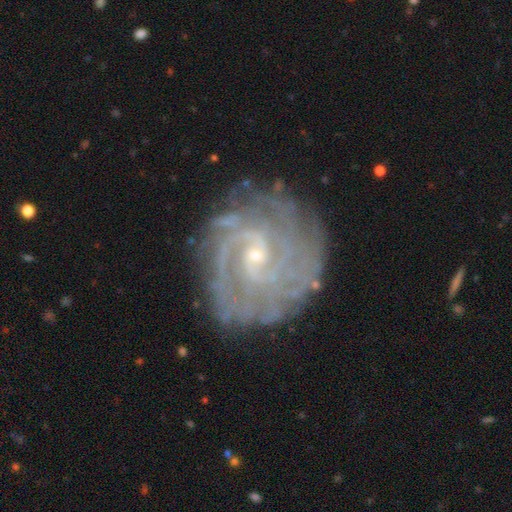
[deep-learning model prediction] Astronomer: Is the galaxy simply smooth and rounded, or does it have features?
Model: featured or disk — 88%.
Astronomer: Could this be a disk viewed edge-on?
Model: no — 98%.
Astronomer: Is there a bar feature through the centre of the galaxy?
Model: weak — 48% (runner-up: no, 40%).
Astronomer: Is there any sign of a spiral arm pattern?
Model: yes — 97%.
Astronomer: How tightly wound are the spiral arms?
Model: tight — 66%.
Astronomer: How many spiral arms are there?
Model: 2 — 29% (runner-up: can't tell, 26%).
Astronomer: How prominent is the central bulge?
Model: small — 77%.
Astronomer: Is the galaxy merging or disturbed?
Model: none — 78%.